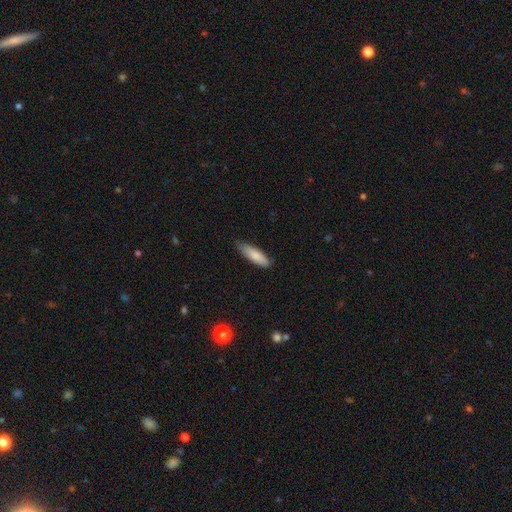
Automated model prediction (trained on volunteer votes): This is clearly a smooth galaxy (82%). How rounded: possibly cigar-shaped (50%). Merging: likely none (71%).